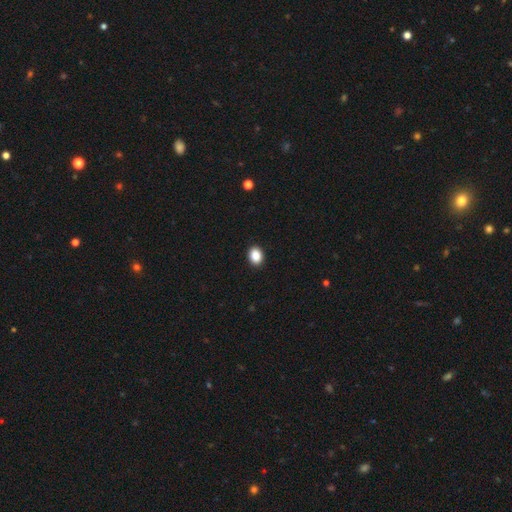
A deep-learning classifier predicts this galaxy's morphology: This appears to be a smooth galaxy with no disk features (89%) that is in between round and cigar-shaped (64%). Merging: none (91%).